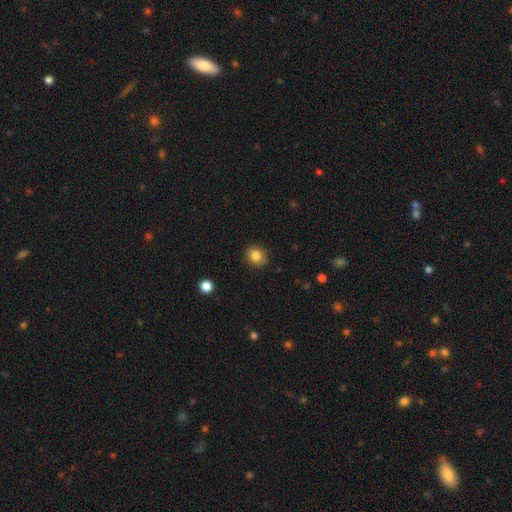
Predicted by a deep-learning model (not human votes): Smooth or featured?
  - smooth: 84% *
  - star or artifact: 11%
  - featured or disk: 6%
How rounded?
  - round: 83% *
  - in between: 16%
  - cigar-shaped: 1%
Merging?
  - none: 86% *
  - minor disturbance: 10%
  - major disturbance: 2%
  - merger: 1%